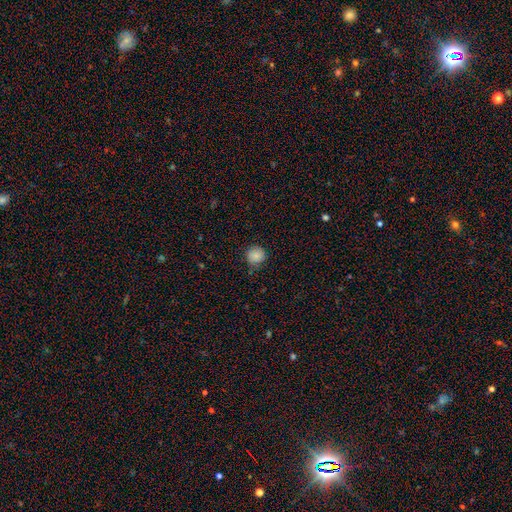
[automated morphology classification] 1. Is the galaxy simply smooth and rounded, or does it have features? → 85% smooth, 10% star or artifact, 6% featured or disk.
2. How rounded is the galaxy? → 91% round, 8% in between, 1% cigar-shaped.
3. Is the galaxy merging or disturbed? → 75% none, 20% minor disturbance, 4% major disturbance, 2% merger.